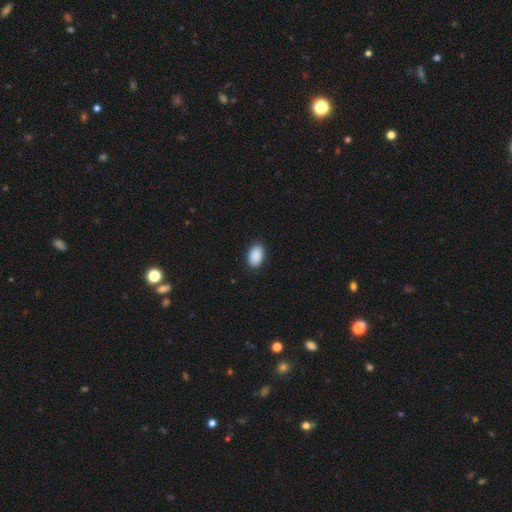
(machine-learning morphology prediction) Smooth or featured? Predicted: smooth (p=0.91). How rounded? Predicted: in between (p=0.90). Merging? Predicted: none (p=0.89).